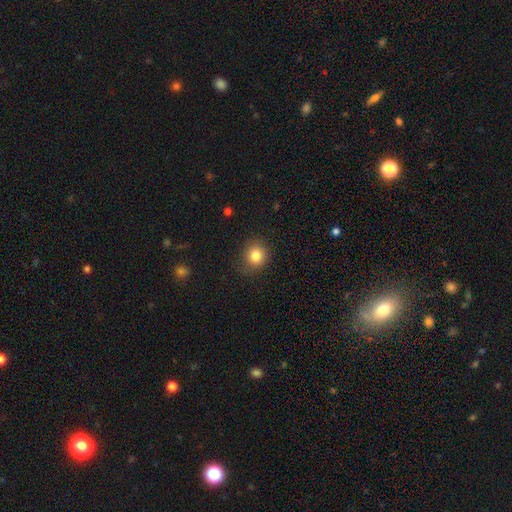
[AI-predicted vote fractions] Smooth or featured? smooth (83%)
How rounded? round (80%)
Merging? none (81%)